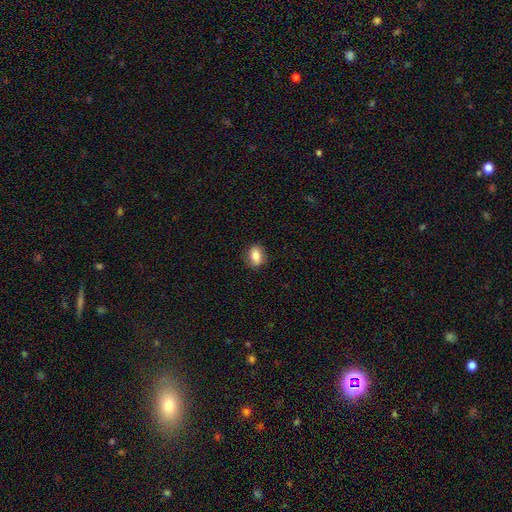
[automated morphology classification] Smooth or featured? smooth (82%)
How rounded? in between (75%)
Merging? none (85%)